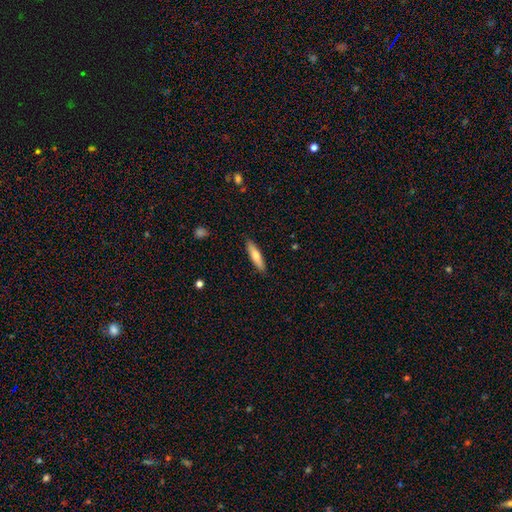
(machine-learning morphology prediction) Smooth or featured? smooth (68%)
How rounded? cigar-shaped (76%)
Merging? none (90%)